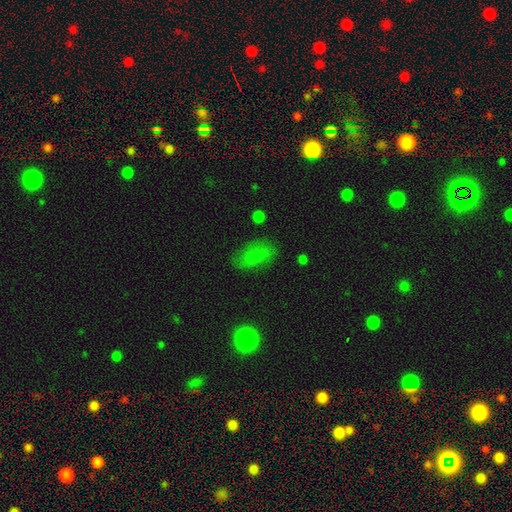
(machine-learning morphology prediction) smooth-or-featured: smooth: 66% | featured or disk: 21% | star or artifact: 13%
  how-rounded: in between: 88% | round: 9% | cigar-shaped: 3%
  merging: none: 71% | minor disturbance: 19% | major disturbance: 7% | merger: 2%